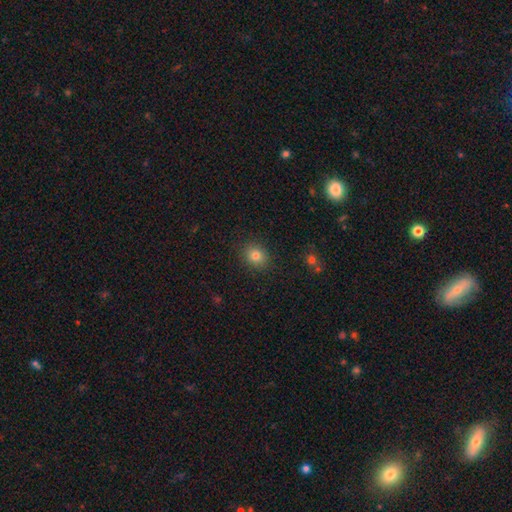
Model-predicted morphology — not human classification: smooth-or-featured: smooth: 80% | star or artifact: 12% | featured or disk: 7%
  how-rounded: round: 68% | in between: 31% | cigar-shaped: 1%
  merging: none: 89% | minor disturbance: 8% | major disturbance: 2% | merger: 1%